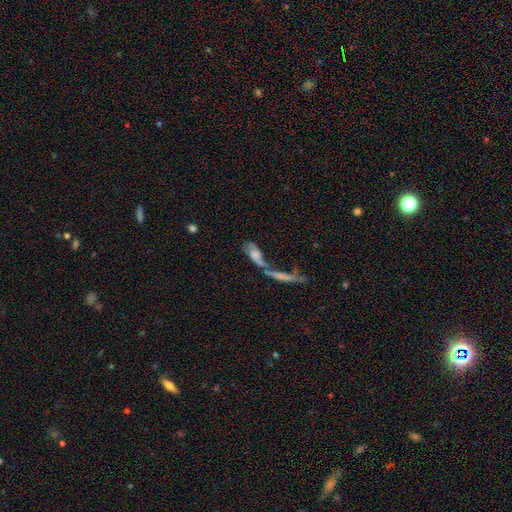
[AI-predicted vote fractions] Smooth or featured? smooth (51%)
How rounded? in between (62%)
Merging? merger (59%)